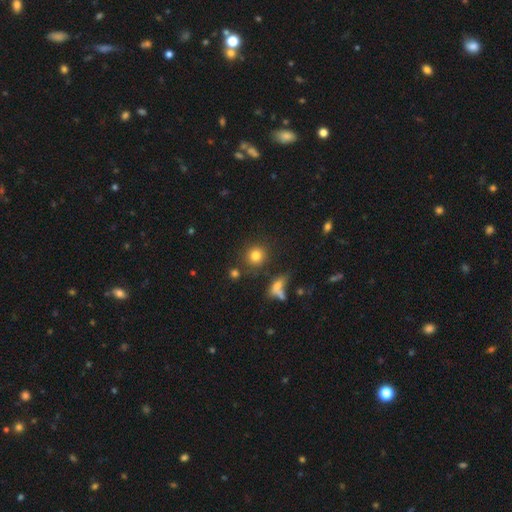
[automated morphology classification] The model was most divided on "smooth or featured": smooth: 79%, star or artifact: 13%, featured or disk: 8%. More confident: how rounded — round (89%); merging — none (79%).